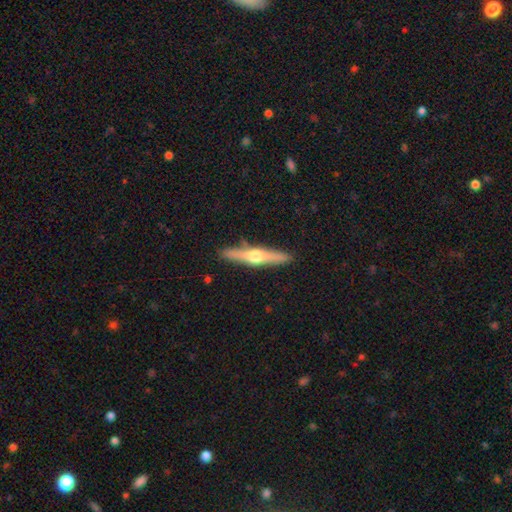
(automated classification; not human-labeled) The model was most divided on "smooth or featured": featured or disk: 64%, smooth: 31%, star or artifact: 5%. More confident: edge-on disk — yes (96%); edge-on bulge — rounded (94%); merging — none (88%).